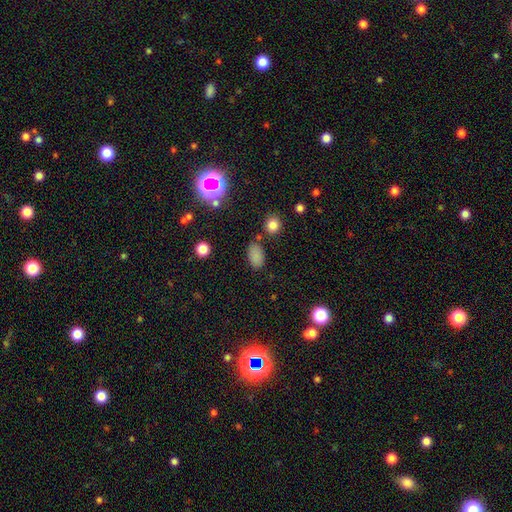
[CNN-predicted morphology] A smooth galaxy with no disk features (80%) that is in between round and cigar-shaped (91%).

Vote fractions:
- Smooth or featured? smooth: 80% / star or artifact: 15% / featured or disk: 5%
- How rounded? in between: 91% / round: 7% / cigar-shaped: 2%
- Merging? none: 78% / minor disturbance: 13% / merger: 5% / major disturbance: 4%